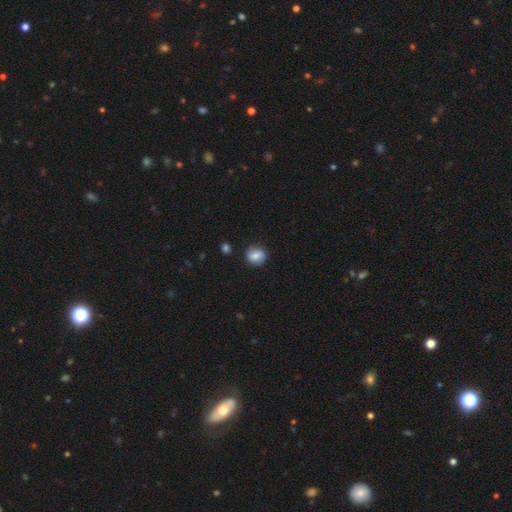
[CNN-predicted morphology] smooth_or_featured: smooth (p=0.65) [alt: featured or disk p=0.27]
how_rounded: round (p=0.80) [alt: in between p=0.18]
merging: none (p=0.80) [alt: minor disturbance p=0.15]